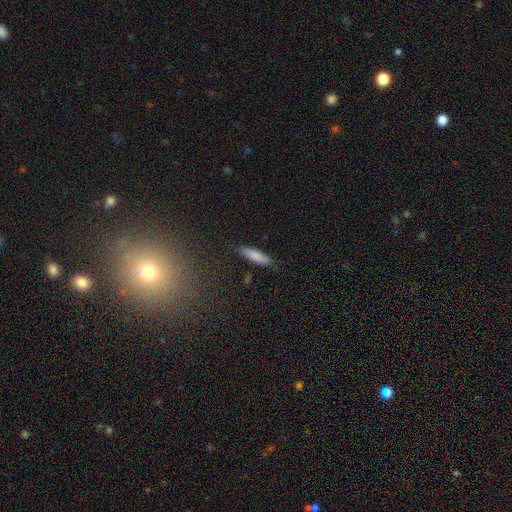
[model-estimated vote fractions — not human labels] This is clearly a smooth galaxy (84%). How rounded: likely cigar-shaped (66%). Merging: clearly none (83%).